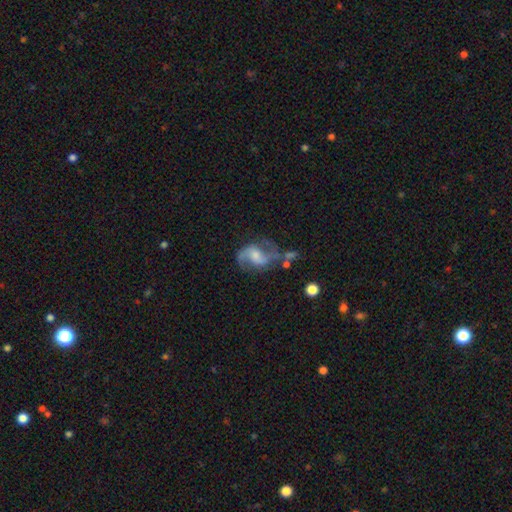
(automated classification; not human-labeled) Q: Smooth or featured?
A: featured or disk (83%); runner-up: smooth (11%)
Q: Edge-on disk?
A: no (98%); runner-up: yes (2%)
Q: Bar?
A: weak (45%); runner-up: no (41%)
Q: Spiral arms?
A: yes (95%); runner-up: no (5%)
Q: Spiral winding?
A: medium (46%); runner-up: loose (43%)
Q: Spiral arm count?
A: 2 (89%); runner-up: can't tell (4%)
Q: Bulge size?
A: moderate (40%); runner-up: small (35%)
Q: Merging?
A: none (54%); runner-up: minor disturbance (21%)